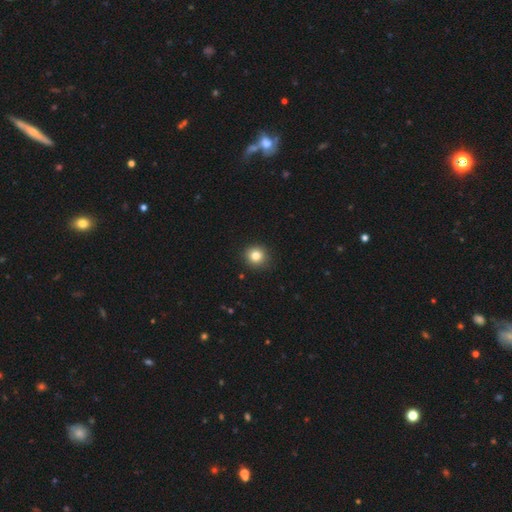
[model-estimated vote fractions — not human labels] Smooth or featured: smooth — 82% (star or artifact — 11%)
How rounded: round — 92% (in between — 7%)
Merging: none — 90% (minor disturbance — 7%)